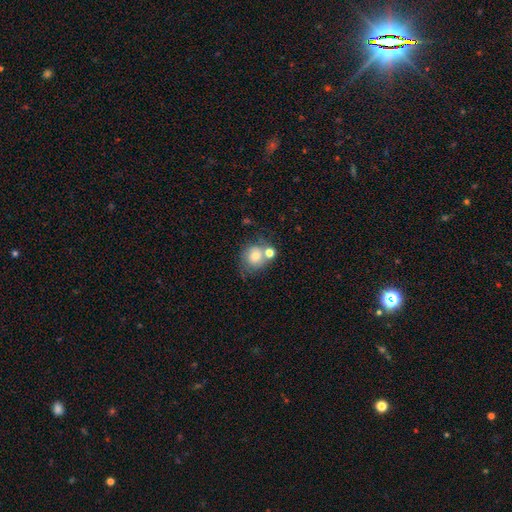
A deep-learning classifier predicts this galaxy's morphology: smooth_or_featured: smooth (p=0.69) [alt: featured or disk p=0.21]
how_rounded: round (p=0.76) [alt: in between p=0.23]
merging: none (p=0.44) [alt: merger p=0.30]